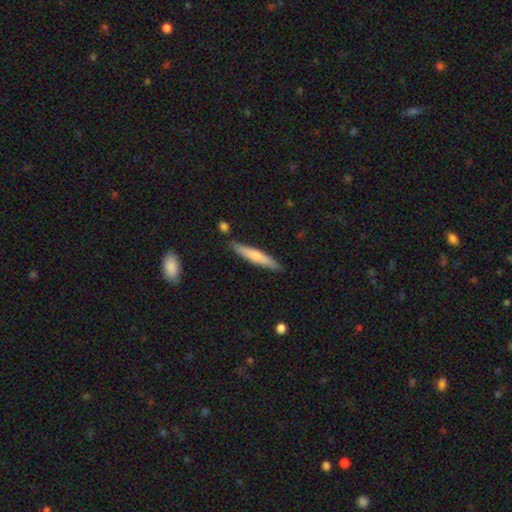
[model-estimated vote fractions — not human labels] The model was most divided on "smooth or featured": smooth: 62%, featured or disk: 32%, star or artifact: 5%. More confident: how rounded — cigar-shaped (93%); merging — none (85%).